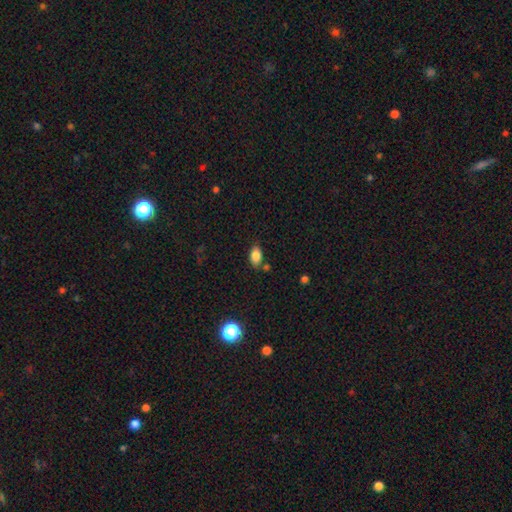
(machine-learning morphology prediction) Smooth or featured? Predicted: smooth (p=0.84). How rounded? Predicted: in between (p=0.89). Merging? Predicted: none (p=0.76).